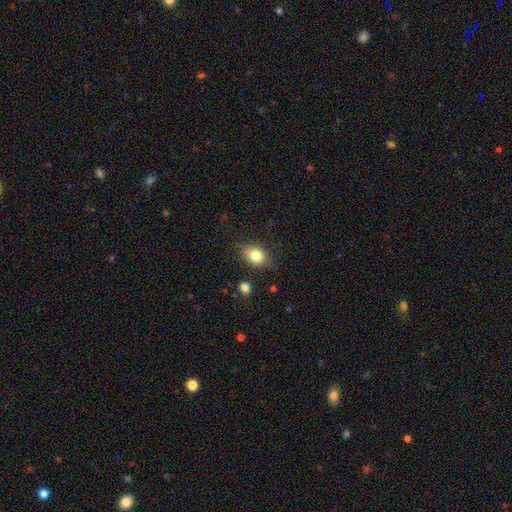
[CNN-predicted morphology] A smooth galaxy with no disk features (79%) that is in between round and cigar-shaped (58%).

Vote fractions:
- Smooth or featured? smooth: 79% / featured or disk: 11% / star or artifact: 10%
- How rounded? in between: 58% / round: 41% / cigar-shaped: 2%
- Merging? none: 72% / minor disturbance: 21% / major disturbance: 5% / merger: 3%